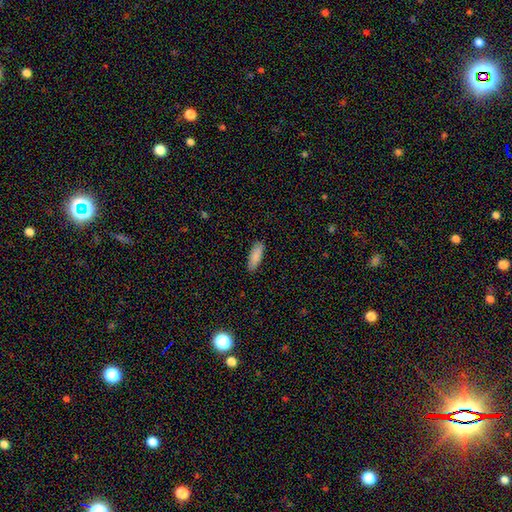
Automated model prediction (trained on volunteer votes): This is clearly a smooth galaxy (88%). How rounded: likely in between (65%). Merging: clearly none (88%).